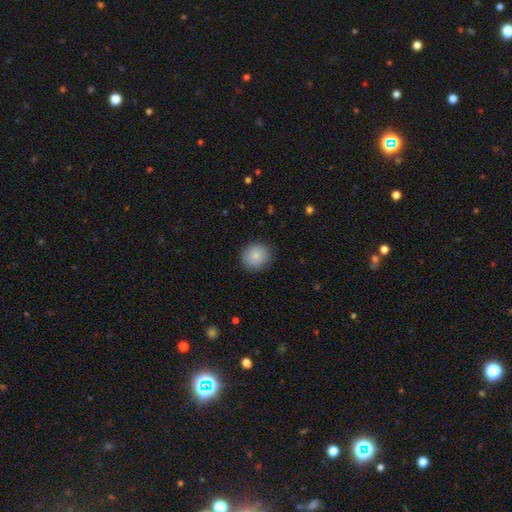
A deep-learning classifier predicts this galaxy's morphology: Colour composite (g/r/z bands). It shows a smooth galaxy with no disk features (86%) that is round (85%). Merging: none (88%).